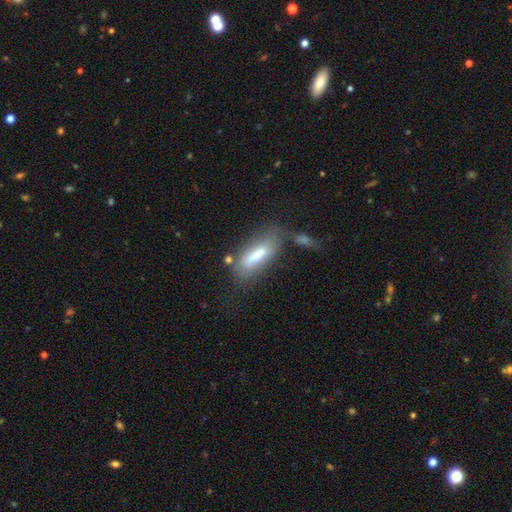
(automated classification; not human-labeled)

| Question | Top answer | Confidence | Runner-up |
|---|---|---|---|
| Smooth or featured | smooth | 57% | featured or disk (34%) |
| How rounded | cigar-shaped | 54% | in between (44%) |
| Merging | none | 53% | minor disturbance (20%) |